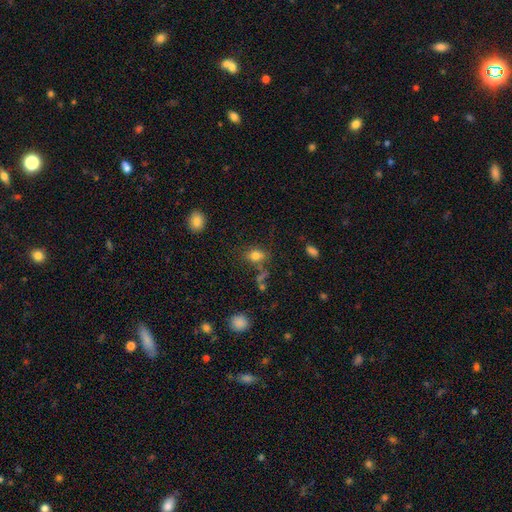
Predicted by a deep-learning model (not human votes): Smooth or featured? smooth (78%)
How rounded? in between (60%)
Merging? none (69%)